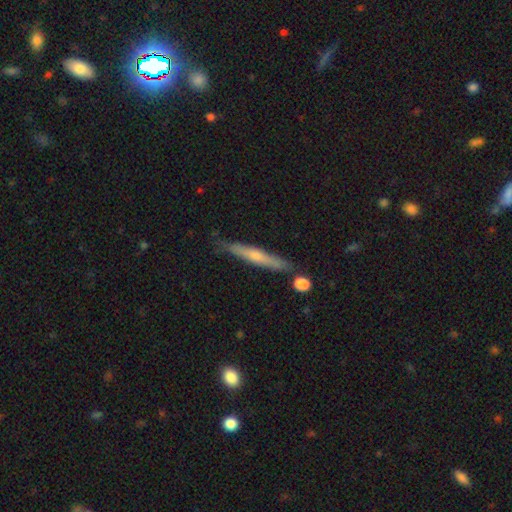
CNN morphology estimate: Smooth or featured? Predicted: featured or disk (p=0.50). Edge-on disk? Predicted: yes (p=0.92). Merging? Predicted: none (p=0.80).